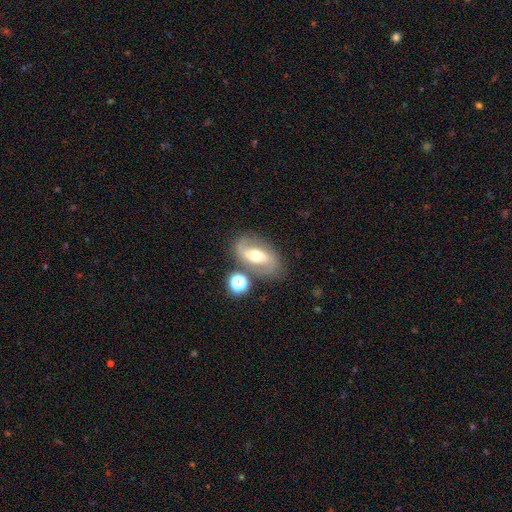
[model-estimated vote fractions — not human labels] Smooth or featured? featured or disk (75%)
Edge-on disk? no (95%)
Bar? weak (39%)
Spiral arms? yes (88%)
Spiral winding? medium (47%)
Spiral arm count? 2 (87%)
Bulge size? moderate (69%)
Merging? none (71%)